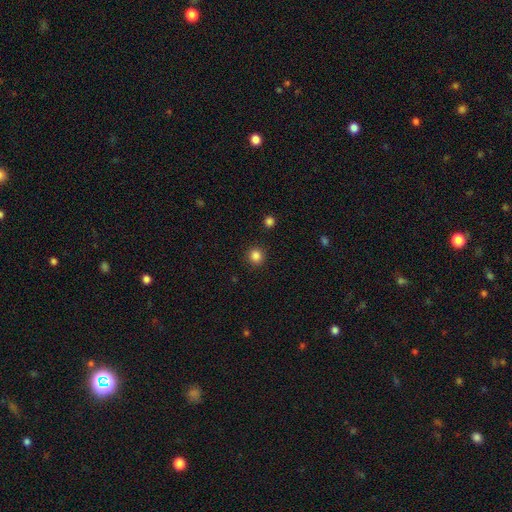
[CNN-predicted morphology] A smooth galaxy with no disk features (84%) that is round (93%). Merging: none (91%).